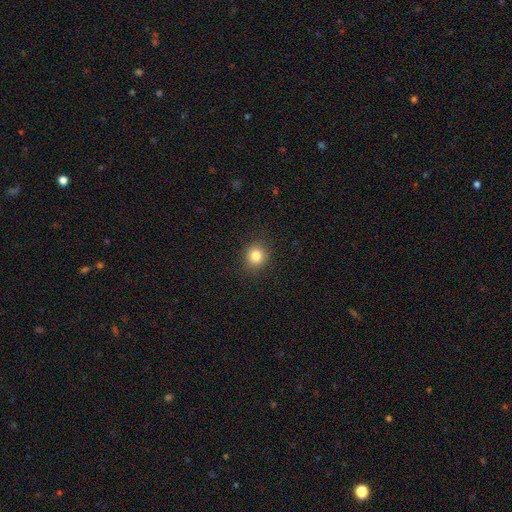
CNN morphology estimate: A smooth galaxy with no disk features (82%) that is round (87%).

Vote fractions:
- Smooth or featured? smooth: 82% / star or artifact: 12% / featured or disk: 6%
- How rounded? round: 87% / in between: 12% / cigar-shaped: 1%
- Merging? none: 90% / minor disturbance: 7% / major disturbance: 2% / merger: 1%